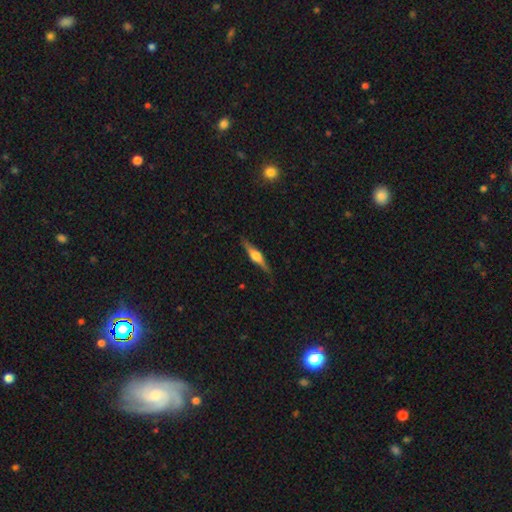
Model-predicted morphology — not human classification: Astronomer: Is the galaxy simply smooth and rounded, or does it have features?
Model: featured or disk — 72%.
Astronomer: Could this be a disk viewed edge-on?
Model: yes — 97%.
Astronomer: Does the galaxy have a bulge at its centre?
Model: rounded — 88%.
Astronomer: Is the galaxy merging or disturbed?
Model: none — 87%.